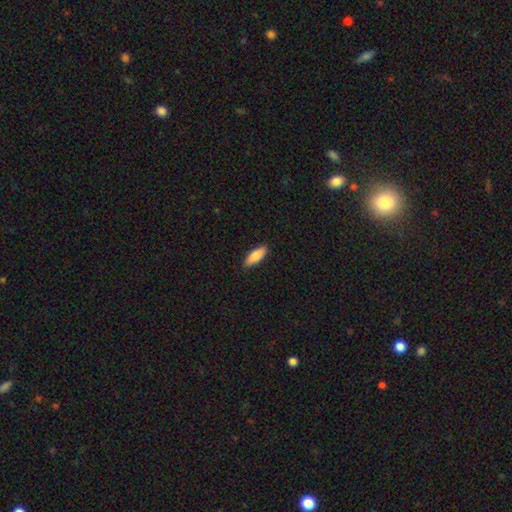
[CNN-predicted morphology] smooth-or-featured: smooth: 85% | featured or disk: 10% | star or artifact: 5%
  how-rounded: in between: 63% | cigar-shaped: 35% | round: 2%
  merging: none: 86% | minor disturbance: 11% | major disturbance: 2% | merger: 1%